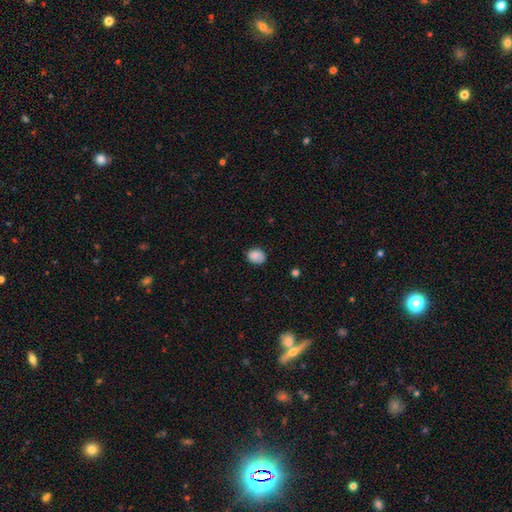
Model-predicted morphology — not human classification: type=smooth (83%); roundness=in between (53%); merging=none (74%).